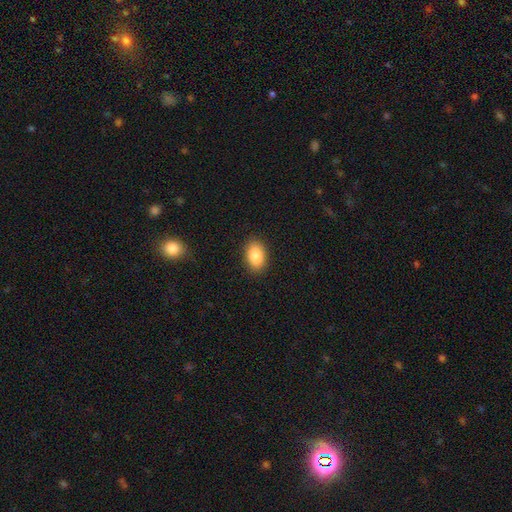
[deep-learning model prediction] A smooth galaxy with no disk features (87%) that is in between round and cigar-shaped (87%).

Vote fractions:
- Smooth or featured? smooth: 87% / star or artifact: 8% / featured or disk: 6%
- How rounded? in between: 87% / round: 11% / cigar-shaped: 1%
- Merging? none: 89% / minor disturbance: 8% / major disturbance: 2% / merger: 1%